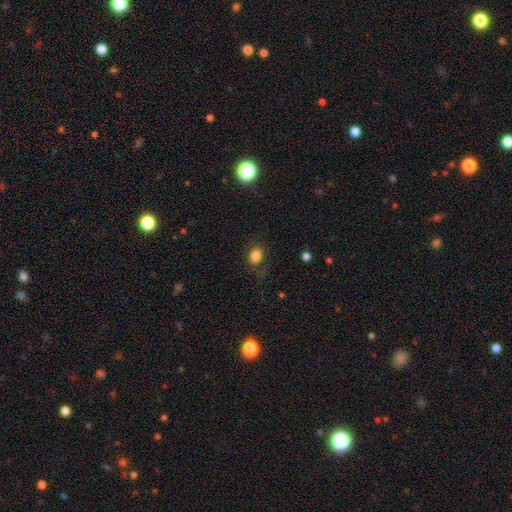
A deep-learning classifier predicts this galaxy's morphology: Q: Smooth or featured?
A: smooth (81%); runner-up: star or artifact (12%)
Q: How rounded?
A: in between (62%); runner-up: round (36%)
Q: Merging?
A: none (72%); runner-up: minor disturbance (17%)